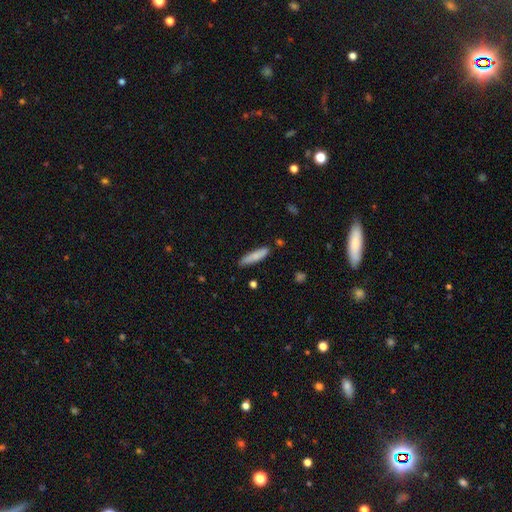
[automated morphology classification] A smooth galaxy with no disk features (81%) that is cigar-shaped (82%).

Vote fractions:
- Smooth or featured? smooth: 81% / featured or disk: 14% / star or artifact: 6%
- How rounded? cigar-shaped: 82% / in between: 17% / round: 1%
- Merging? none: 84% / minor disturbance: 12% / merger: 2% / major disturbance: 2%